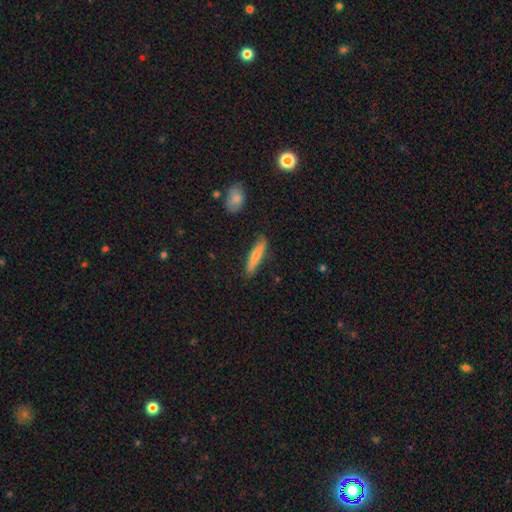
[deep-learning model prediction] smooth 69%, featured or disk 25%, star or artifact 6%. Down the decision tree: how rounded — cigar-shaped (86%); merging — none (86%).